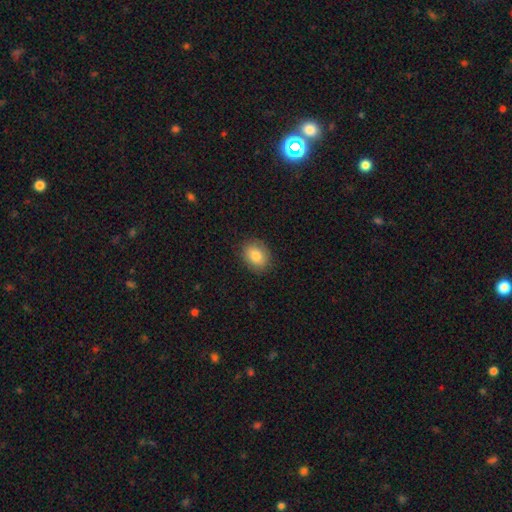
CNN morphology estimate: type=smooth (82%); roundness=in between (57%); merging=none (86%).